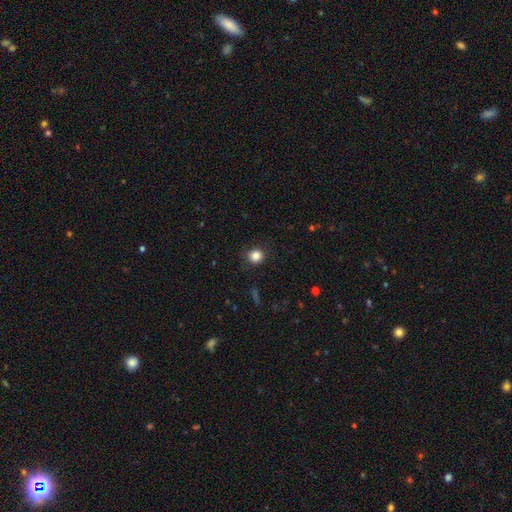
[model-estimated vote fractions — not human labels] A smooth galaxy with no disk features (84%) that is round (88%).

Vote fractions:
- Smooth or featured? smooth: 84% / star or artifact: 11% / featured or disk: 5%
- How rounded? round: 88% / in between: 11% / cigar-shaped: 1%
- Merging? none: 86% / minor disturbance: 10% / major disturbance: 3% / merger: 1%